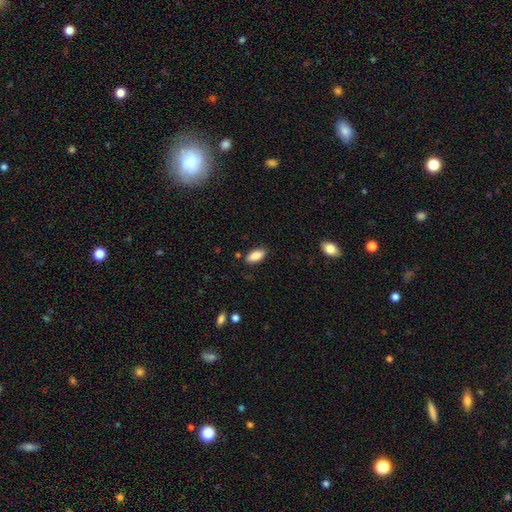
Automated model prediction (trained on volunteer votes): A smooth galaxy with no disk features (86%) that is in between round and cigar-shaped (86%). Merging: none (86%).